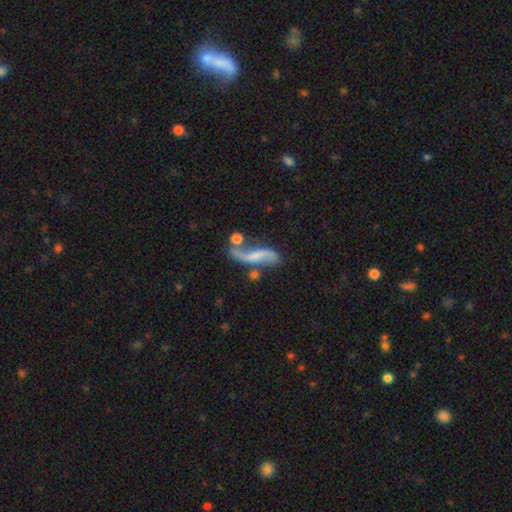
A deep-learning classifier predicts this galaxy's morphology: A featured or disk galaxy (77%) with no bar (41%), 2 (88%) loose (88%) spiral arms (90%) and a small central bulge (44%).

Vote fractions:
- Smooth or featured? featured or disk: 77% / smooth: 16% / star or artifact: 7%
- Edge-on disk? no: 90% / yes: 10%
- Bar? no: 41% / weak: 34% / strong: 25%
- Spiral arms? yes: 90% / no: 10%
- Spiral winding? loose: 88% / medium: 9% / tight: 3%
- Spiral arm count? 2: 88% / 1: 6% / can't tell: 3% / 3: 1% / 4: 1% / more than 4: 1%
- Bulge size? small: 44% / none: 34% / moderate: 17% / large: 3% / dominant: 2%
- Merging? none: 49% / merger: 20% / minor disturbance: 18% / major disturbance: 12%